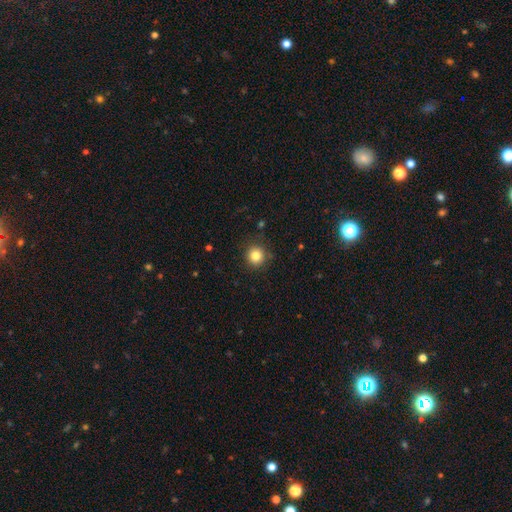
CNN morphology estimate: Smooth or featured? smooth (83%)
How rounded? round (93%)
Merging? none (89%)